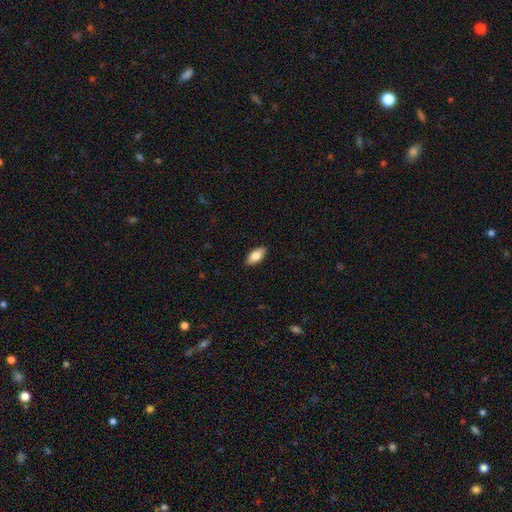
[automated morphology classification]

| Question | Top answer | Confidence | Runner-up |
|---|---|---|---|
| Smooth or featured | smooth | 83% | featured or disk (11%) |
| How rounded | in between | 90% | cigar-shaped (8%) |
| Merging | none | 89% | minor disturbance (8%) |